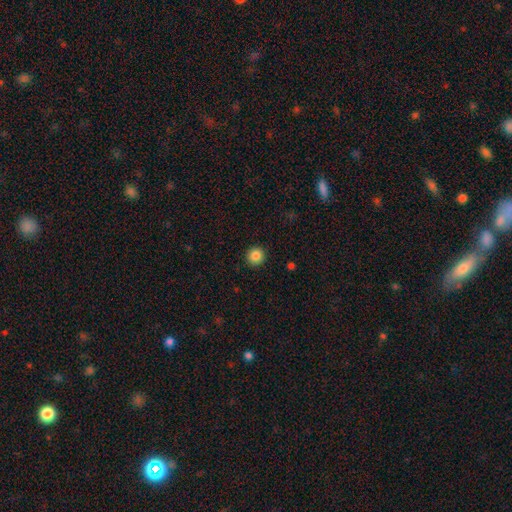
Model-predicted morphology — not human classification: Smooth or featured? Predicted: smooth (p=0.86). How rounded? Predicted: round (p=0.94). Merging? Predicted: none (p=0.93).